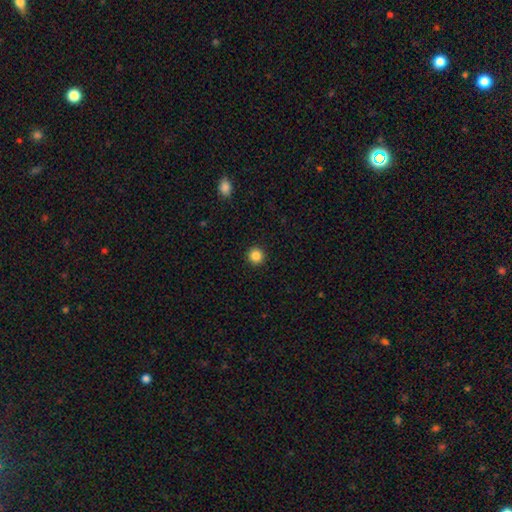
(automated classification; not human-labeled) A smooth galaxy with no disk features (86%) that is round (95%). Merging: none (93%).